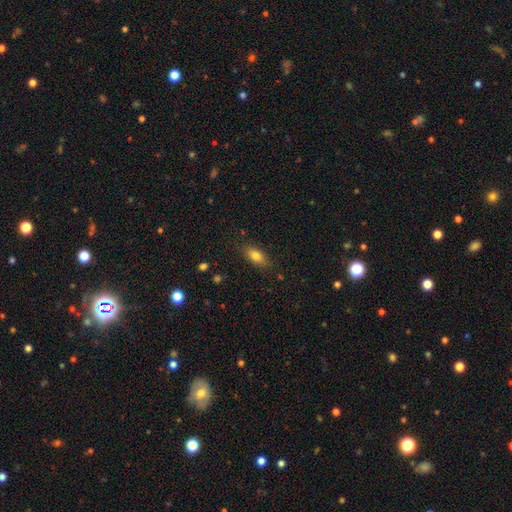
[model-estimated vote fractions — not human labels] smooth 80%, featured or disk 11%, star or artifact 9%. Down the decision tree: how rounded — in between (83%); merging — none (84%).